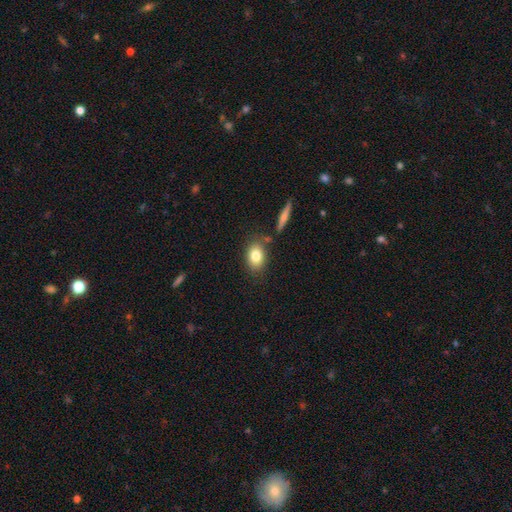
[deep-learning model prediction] This appears to be a smooth galaxy with no disk features (80%) that is in between round and cigar-shaped (77%). Merging: none (74%).